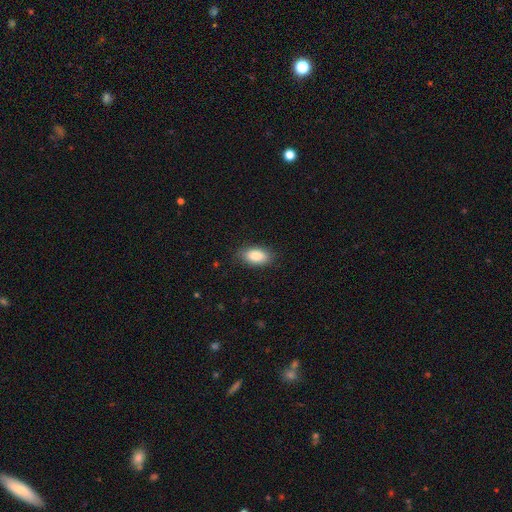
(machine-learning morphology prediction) smooth 86%, featured or disk 7%, star or artifact 7%. Down the decision tree: how rounded — in between (92%); merging — none (83%).